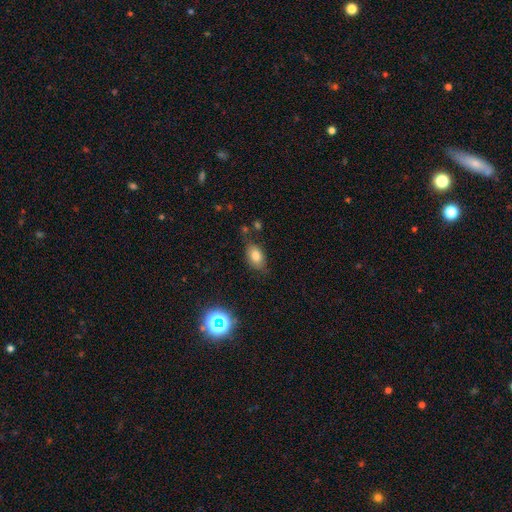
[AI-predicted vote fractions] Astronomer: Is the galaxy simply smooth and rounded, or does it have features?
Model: smooth — 78%.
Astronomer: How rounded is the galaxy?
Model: in between — 88%.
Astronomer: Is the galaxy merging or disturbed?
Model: none — 72%.